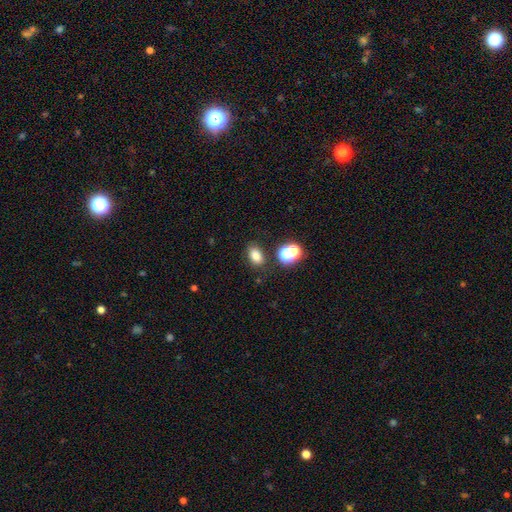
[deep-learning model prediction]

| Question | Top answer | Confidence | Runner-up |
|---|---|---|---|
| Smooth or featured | smooth | 79% | star or artifact (14%) |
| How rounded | in between | 79% | round (20%) |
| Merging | none | 75% | minor disturbance (12%) |